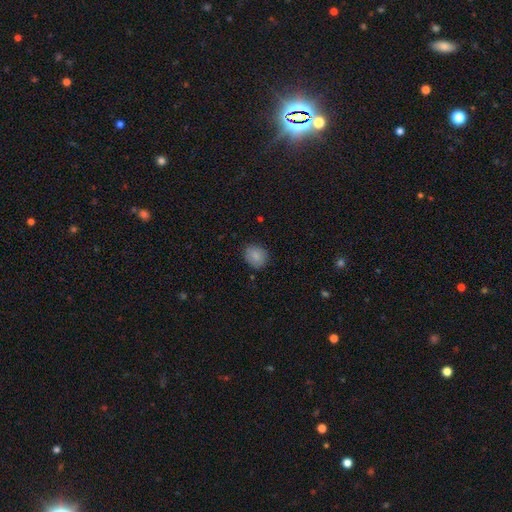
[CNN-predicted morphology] Smooth or featured?
  - smooth: 84% *
  - star or artifact: 9%
  - featured or disk: 7%
How rounded?
  - round: 64% *
  - in between: 35%
  - cigar-shaped: 1%
Merging?
  - none: 84% *
  - minor disturbance: 13%
  - major disturbance: 3%
  - merger: 1%